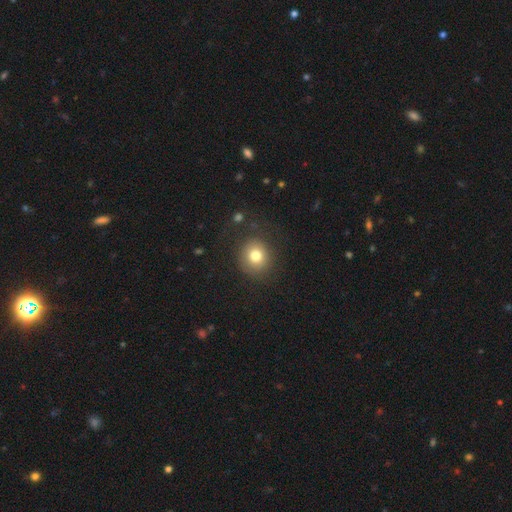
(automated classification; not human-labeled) smooth 78%, star or artifact 12%, featured or disk 10%. Down the decision tree: how rounded — round (84%); merging — none (82%).